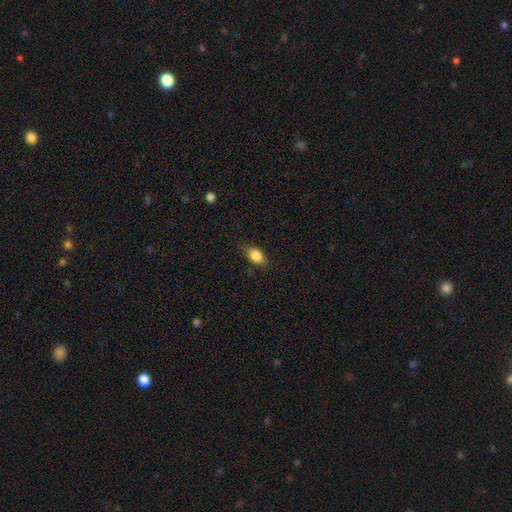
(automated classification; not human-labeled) Smooth or featured?
  - smooth: 85% *
  - star or artifact: 8%
  - featured or disk: 7%
How rounded?
  - in between: 84% *
  - round: 12%
  - cigar-shaped: 4%
Merging?
  - none: 77% *
  - minor disturbance: 18%
  - major disturbance: 4%
  - merger: 1%